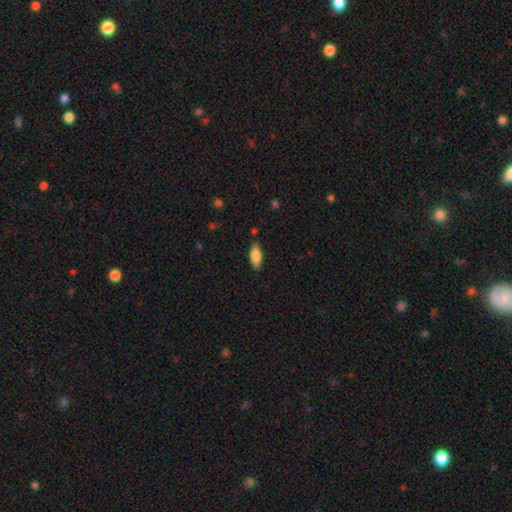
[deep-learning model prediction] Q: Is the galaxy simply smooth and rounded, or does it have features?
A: smooth — 77%.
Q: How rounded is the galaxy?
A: in between — 75%.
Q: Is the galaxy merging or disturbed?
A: none — 83%.